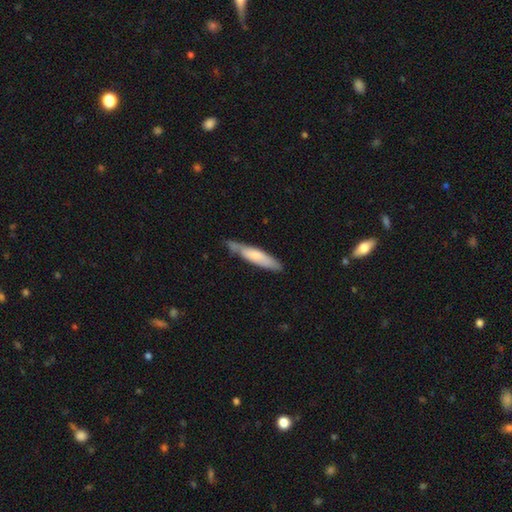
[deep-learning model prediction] Smooth or featured?
  - smooth: 65% *
  - featured or disk: 30%
  - star or artifact: 5%
How rounded?
  - cigar-shaped: 85% *
  - in between: 14%
  - round: 1%
Merging?
  - none: 66% *
  - minor disturbance: 25%
  - major disturbance: 5%
  - merger: 4%